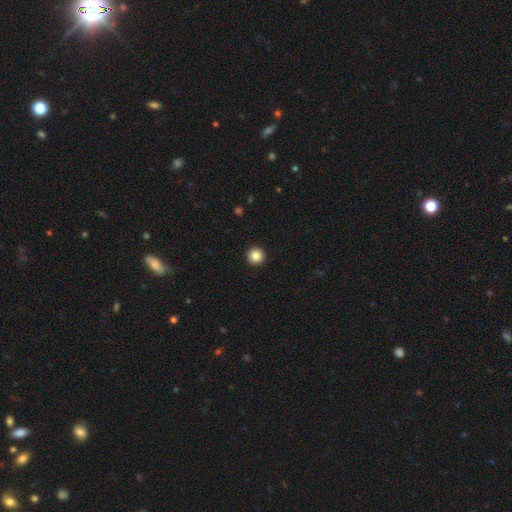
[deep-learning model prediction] The model was most divided on "smooth or featured": smooth: 86%, star or artifact: 10%, featured or disk: 4%. More confident: how rounded — round (97%); merging — none (94%).